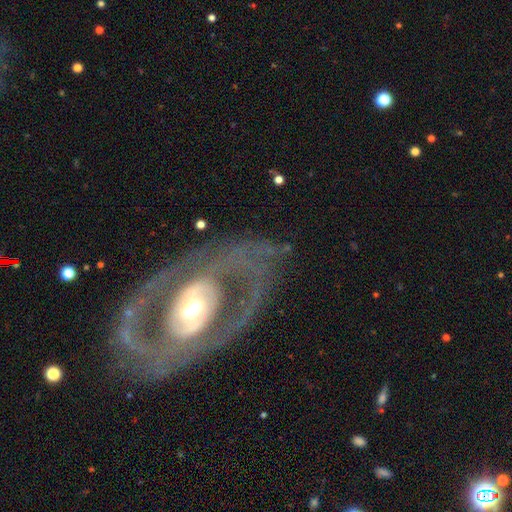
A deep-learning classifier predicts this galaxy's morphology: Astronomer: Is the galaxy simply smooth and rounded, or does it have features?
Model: featured or disk — 84%.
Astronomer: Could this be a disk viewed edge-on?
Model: no — 93%.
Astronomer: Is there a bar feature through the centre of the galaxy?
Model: no — 51% (runner-up: weak, 26%).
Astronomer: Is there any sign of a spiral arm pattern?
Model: yes — 68%.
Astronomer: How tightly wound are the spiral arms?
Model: tight — 42% (runner-up: medium, 39%).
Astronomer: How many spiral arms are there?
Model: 2 — 69%.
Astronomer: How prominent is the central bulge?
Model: moderate — 58%.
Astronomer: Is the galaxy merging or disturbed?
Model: none — 76%.